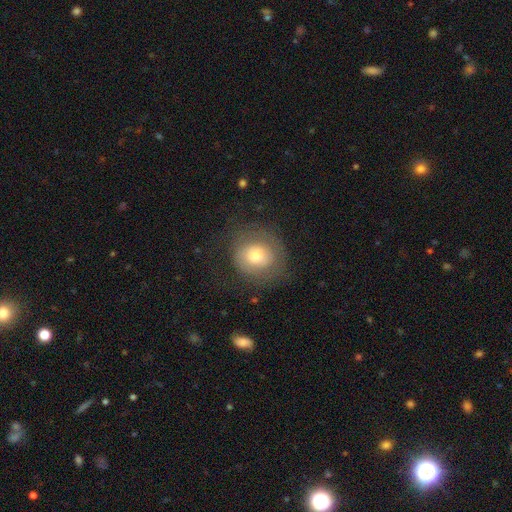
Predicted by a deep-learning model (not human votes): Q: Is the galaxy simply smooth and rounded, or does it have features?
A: smooth — 63%.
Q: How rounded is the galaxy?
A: round — 81%.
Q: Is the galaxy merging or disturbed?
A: none — 65%.